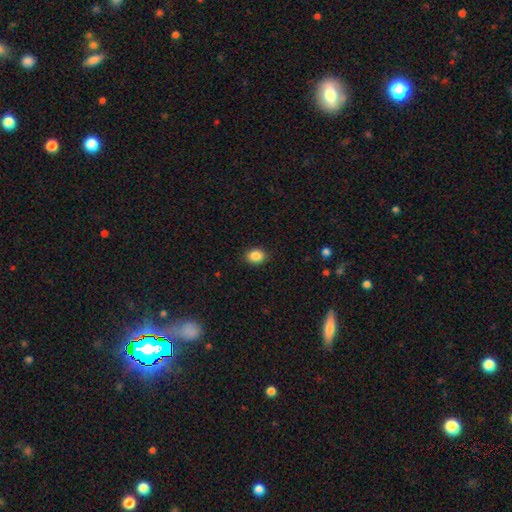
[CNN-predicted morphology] Q: Smooth or featured?
A: smooth (87%); runner-up: star or artifact (9%)
Q: How rounded?
A: in between (57%); runner-up: round (42%)
Q: Merging?
A: none (89%); runner-up: minor disturbance (8%)